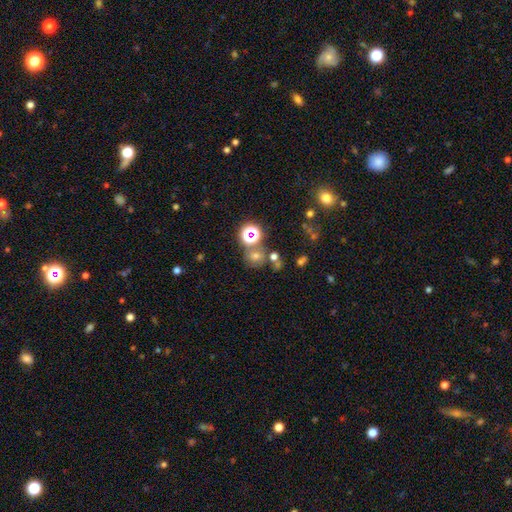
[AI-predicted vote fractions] smooth_or_featured: star or artifact (p=0.44) [alt: smooth p=0.42]